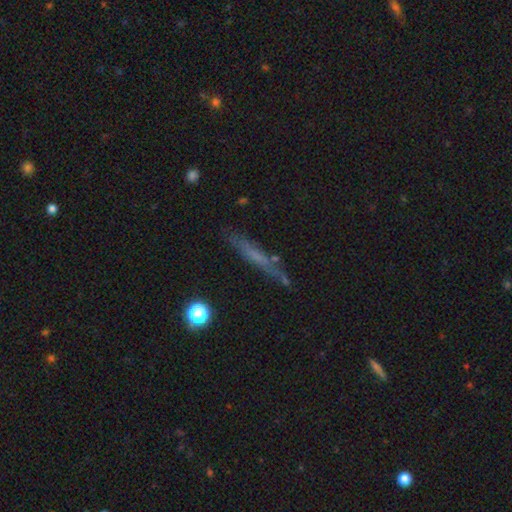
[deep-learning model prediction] This is possibly a smooth galaxy (45%). Merging: likely none (77%).